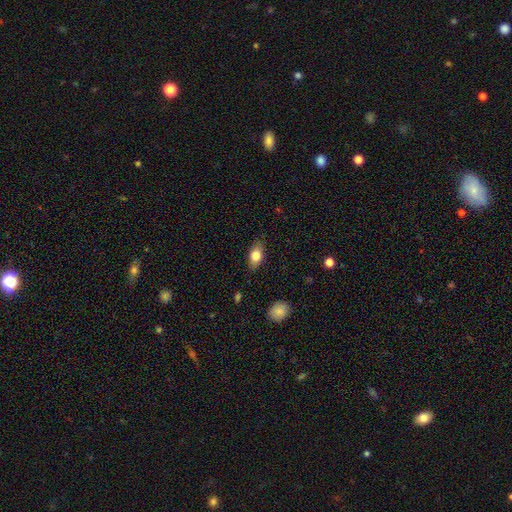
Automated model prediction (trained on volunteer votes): A smooth galaxy with no disk features (78%) that is in between round and cigar-shaped (85%). Merging: none (83%).